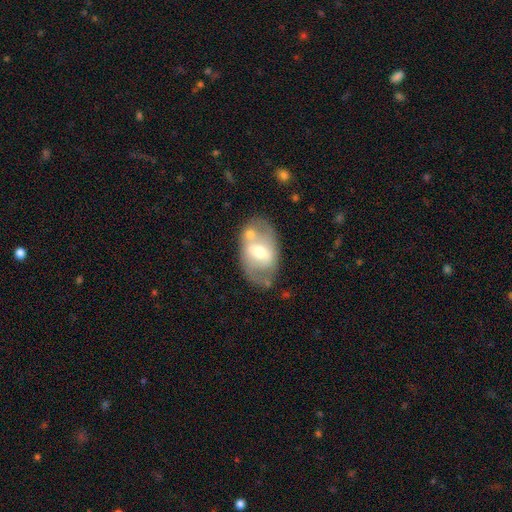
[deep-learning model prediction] The model was most divided on "spiral arms": no: 51%, yes: 49%. Remaining: edge-on disk — no (93%); bulge size — moderate (66%); smooth or featured — featured or disk (62%); merging — none (57%); bar — weak (44%).